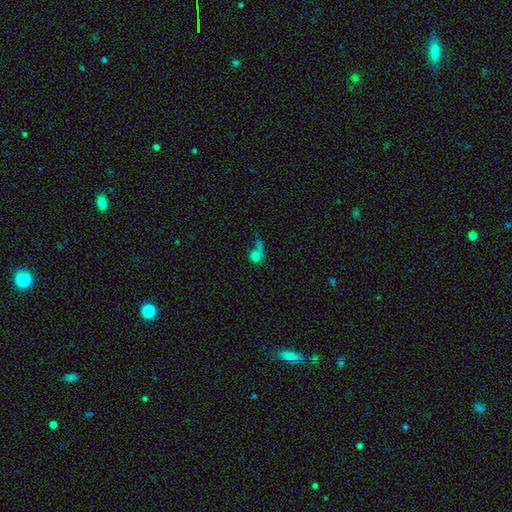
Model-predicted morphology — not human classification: A smooth galaxy with no disk features (59%) that is round (51%).

Vote fractions:
- Smooth or featured? smooth: 59% / star or artifact: 21% / featured or disk: 20%
- How rounded? round: 51% / in between: 44% / cigar-shaped: 5%
- Merging? major disturbance: 32% / merger: 28% / none: 27% / minor disturbance: 13%